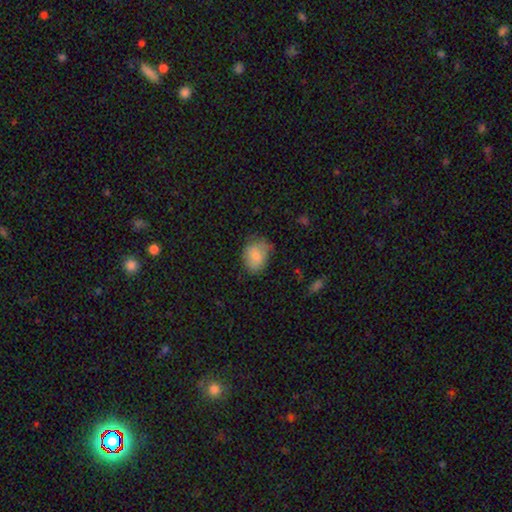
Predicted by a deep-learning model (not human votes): Q: Smooth or featured?
A: smooth (82%); runner-up: featured or disk (10%)
Q: How rounded?
A: in between (63%); runner-up: round (36%)
Q: Merging?
A: none (62%); runner-up: minor disturbance (28%)